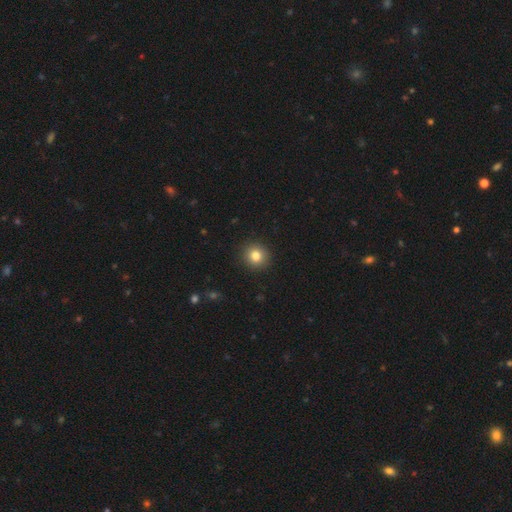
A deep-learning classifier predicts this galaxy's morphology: smooth_or_featured: smooth (p=0.82) [alt: star or artifact p=0.11]
how_rounded: round (p=0.91) [alt: in between p=0.08]
merging: none (p=0.92) [alt: minor disturbance p=0.05]